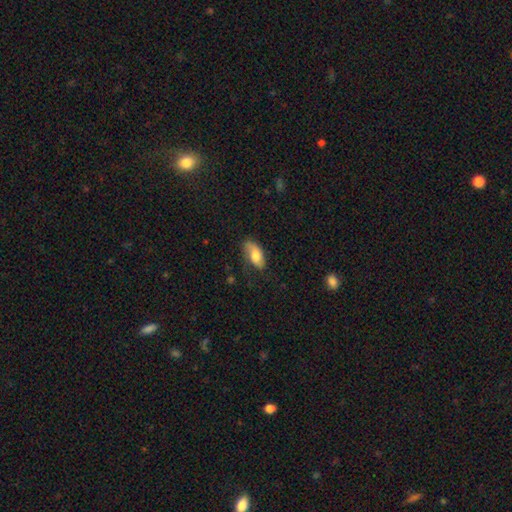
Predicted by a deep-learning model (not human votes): smooth-or-featured: smooth: 71% | featured or disk: 22% | star or artifact: 7%
  how-rounded: in between: 88% | cigar-shaped: 8% | round: 3%
  merging: none: 58% | minor disturbance: 29% | major disturbance: 10% | merger: 2%